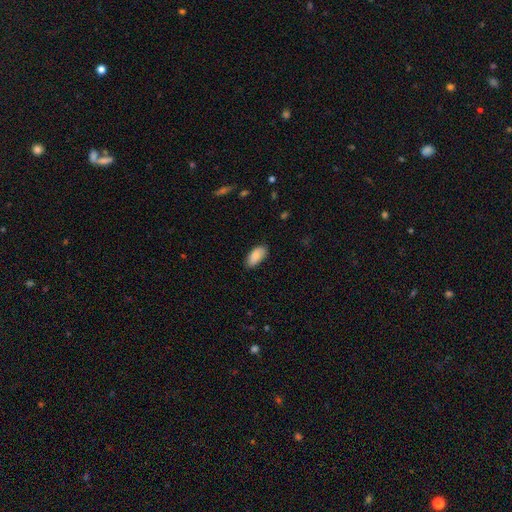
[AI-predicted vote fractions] Smooth or featured: smooth — 86% (featured or disk — 7%)
How rounded: in between — 93% (cigar-shaped — 5%)
Merging: none — 82% (minor disturbance — 15%)